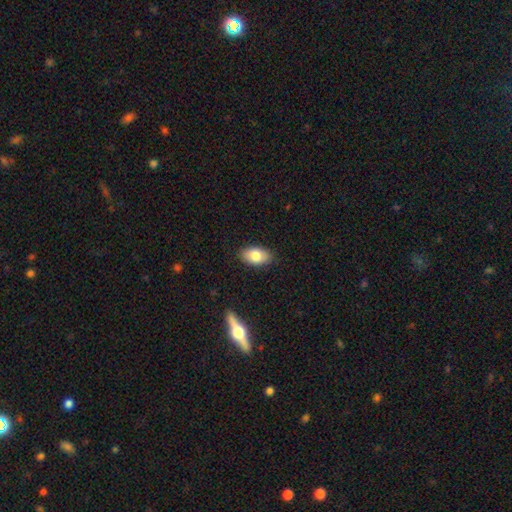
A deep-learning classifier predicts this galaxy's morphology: Overall: smooth (81%). How rounded: in between (92%). Merging: none (87%).